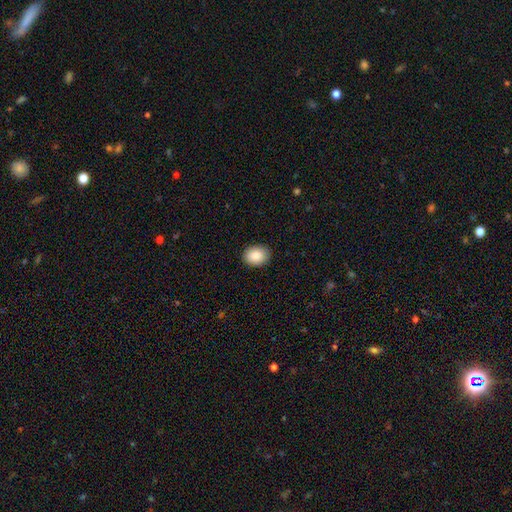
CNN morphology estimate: Smooth or featured? Predicted: smooth (p=0.89). How rounded? Predicted: in between (p=0.60). Merging? Predicted: none (p=0.89).